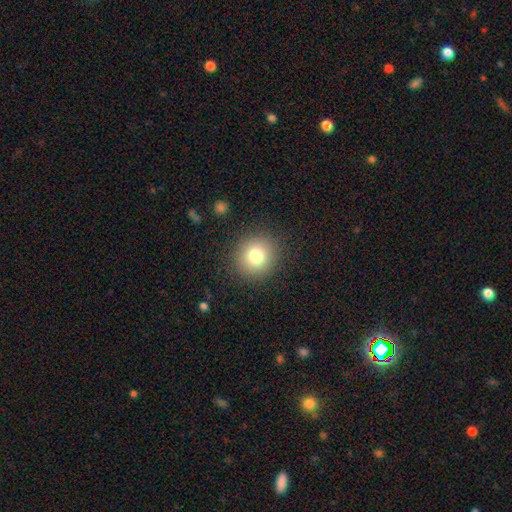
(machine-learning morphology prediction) A smooth galaxy with no disk features (80%) that is round (92%). Merging: none (89%).